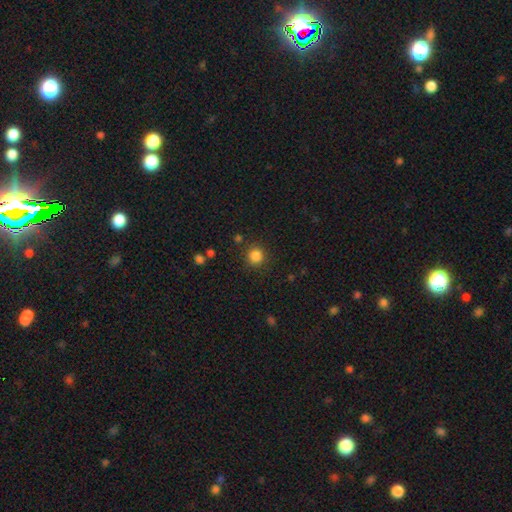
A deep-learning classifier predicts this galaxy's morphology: smooth 85%, star or artifact 11%, featured or disk 4%. Down the decision tree: how rounded — round (92%); merging — none (87%).